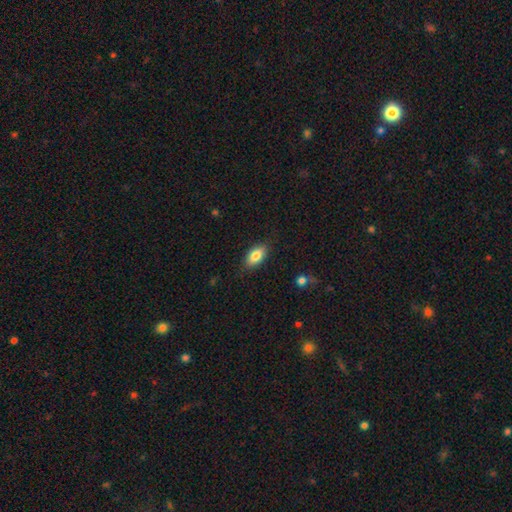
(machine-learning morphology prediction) Smooth or featured?
  - smooth: 81% *
  - featured or disk: 11%
  - star or artifact: 7%
How rounded?
  - in between: 90% *
  - cigar-shaped: 6%
  - round: 4%
Merging?
  - none: 84% *
  - minor disturbance: 12%
  - major disturbance: 3%
  - merger: 1%